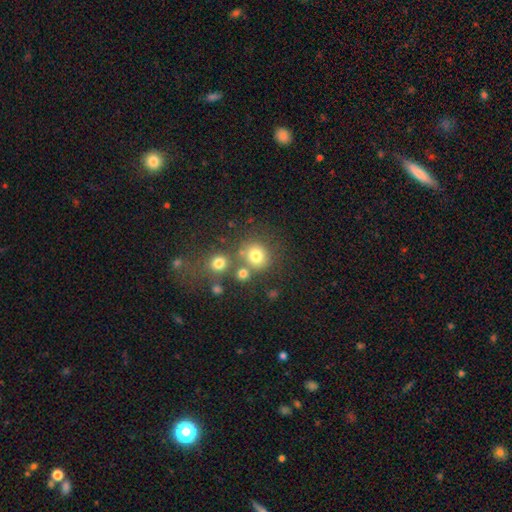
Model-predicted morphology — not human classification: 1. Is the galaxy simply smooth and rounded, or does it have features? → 76% smooth, 15% star or artifact, 9% featured or disk.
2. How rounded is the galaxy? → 86% round, 13% in between, 1% cigar-shaped.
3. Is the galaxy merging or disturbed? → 65% none, 19% merger, 10% minor disturbance, 5% major disturbance.